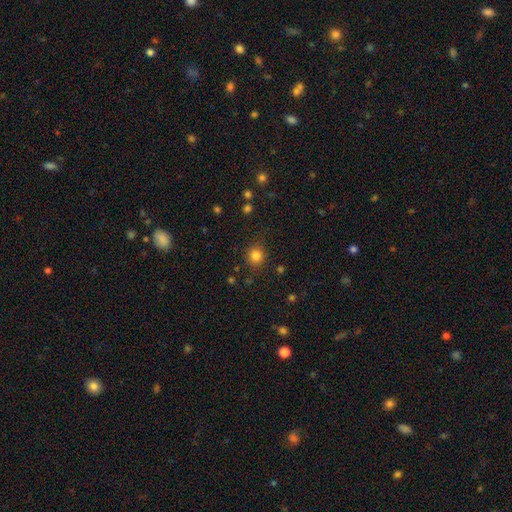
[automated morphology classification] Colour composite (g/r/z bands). It shows a smooth galaxy with no disk features (83%) that is round (91%). Merging: none (86%).